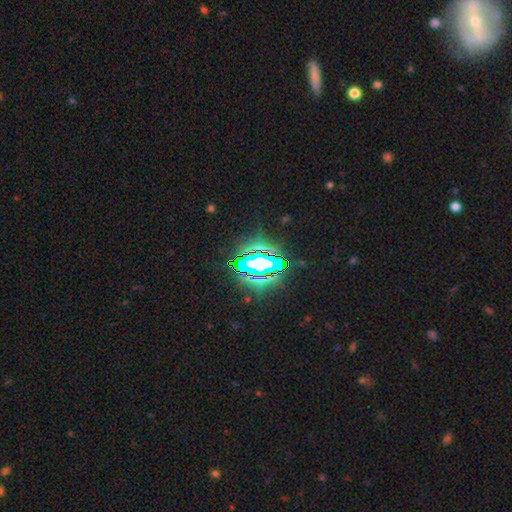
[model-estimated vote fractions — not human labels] Smooth or featured: star or artifact — 81% (smooth — 11%)